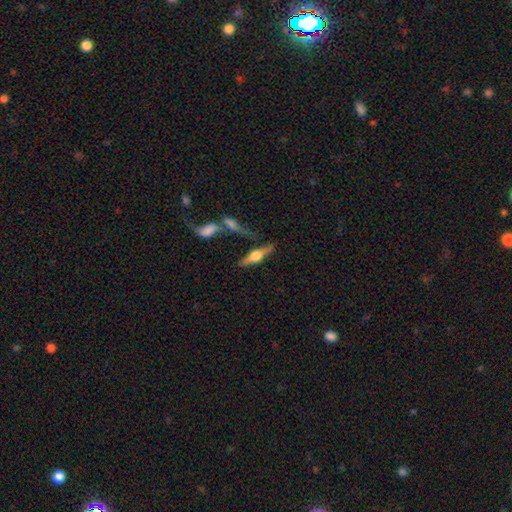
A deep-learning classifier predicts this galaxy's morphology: Smooth or featured? Predicted: featured or disk (p=0.73). Edge-on disk? Predicted: yes (p=0.94). Edge-on bulge? Predicted: rounded (p=0.94). Merging? Predicted: none (p=0.65).